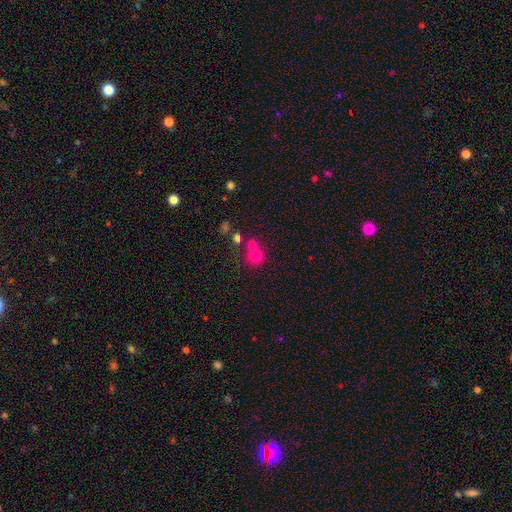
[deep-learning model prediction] smooth 72%, star or artifact 16%, featured or disk 12%. Down the decision tree: how rounded — round (86%); merging — none (45%, tied with merger).